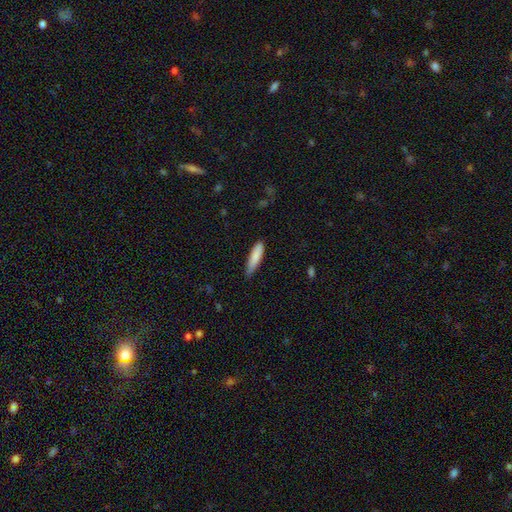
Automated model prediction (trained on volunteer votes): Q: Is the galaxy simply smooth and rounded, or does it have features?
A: smooth — 84%.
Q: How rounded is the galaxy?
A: cigar-shaped — 70%.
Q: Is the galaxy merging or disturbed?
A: none — 66%.